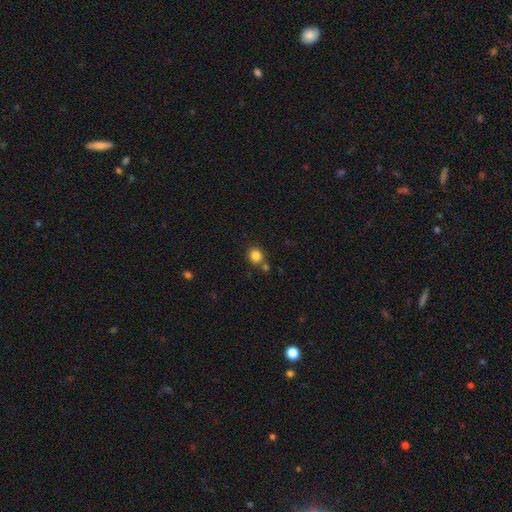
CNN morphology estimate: The model was most divided on "merging": none: 70%, merger: 16%, minor disturbance: 11%, major disturbance: 3%. More confident: how rounded — round (85%); smooth or featured — smooth (83%).